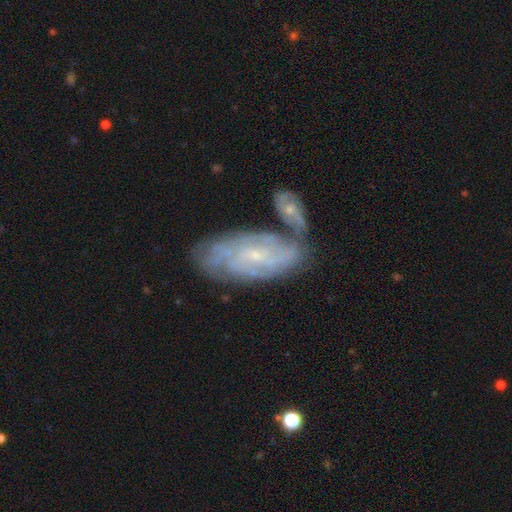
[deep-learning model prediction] smooth-or-featured: featured or disk: 78% | smooth: 15% | star or artifact: 7%
  disk-edge-on: no: 93% | yes: 7%
    bar: no: 55% | weak: 37% | strong: 8%
    has-spiral-arms: yes: 90% | no: 10%
      spiral-winding: tight: 64% | medium: 28% | loose: 9%
      spiral-arm-count: can't tell: 49% | 2: 16% | 3: 13% | 4: 11% | more than 4: 6% | 1: 5%
    bulge-size: small: 77% | moderate: 17% | none: 4% | large: 1% | dominant: 1%
  merging: none: 45% | merger: 30% | minor disturbance: 17% | major disturbance: 7%